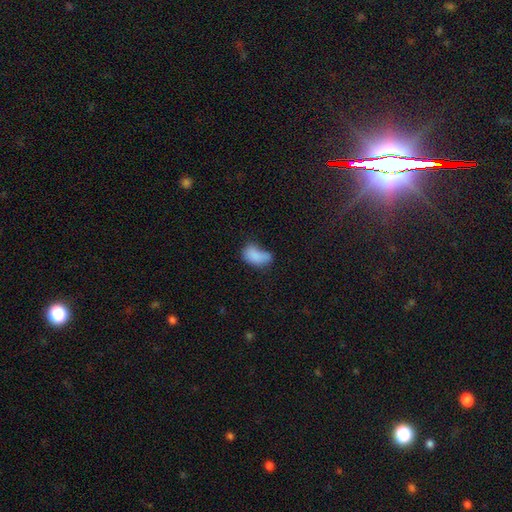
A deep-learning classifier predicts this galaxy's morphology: A smooth galaxy with no disk features (80%) that is in between round and cigar-shaped (89%).

Vote fractions:
- Smooth or featured? smooth: 80% / star or artifact: 10% / featured or disk: 10%
- How rounded? in between: 89% / round: 9% / cigar-shaped: 2%
- Merging? minor disturbance: 34% / none: 31% / major disturbance: 23% / merger: 12%